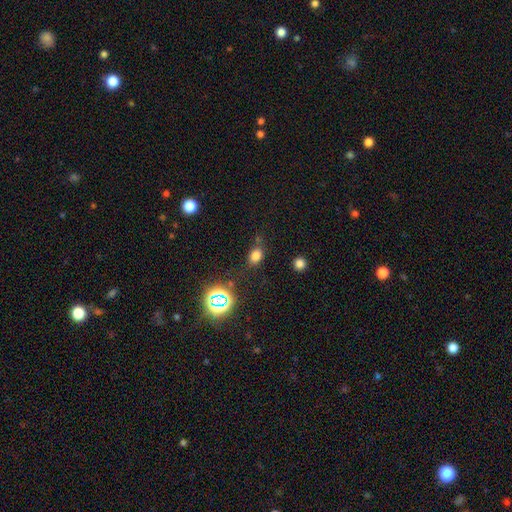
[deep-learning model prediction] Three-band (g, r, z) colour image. It shows a smooth galaxy with no disk features (72%) that is in between round and cigar-shaped (68%). Merging: none (72%).